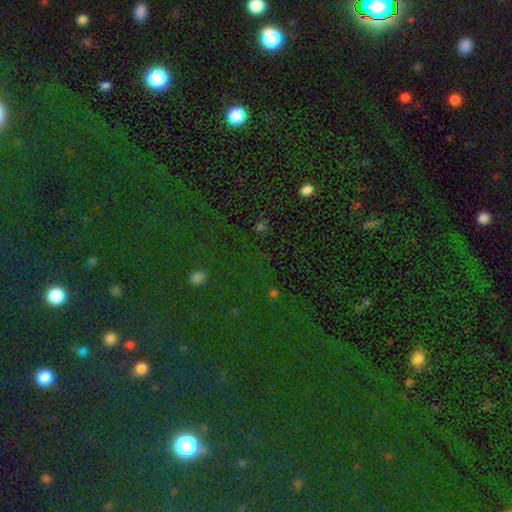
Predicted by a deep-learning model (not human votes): Smooth or featured: star or artifact — 75% (smooth — 17%)